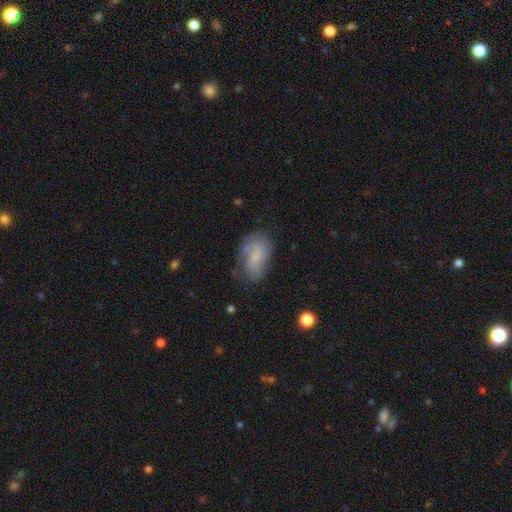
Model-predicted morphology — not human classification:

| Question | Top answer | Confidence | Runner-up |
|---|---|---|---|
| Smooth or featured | smooth | 56% | featured or disk (36%) |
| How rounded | in between | 91% | round (6%) |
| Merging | none | 61% | minor disturbance (26%) |